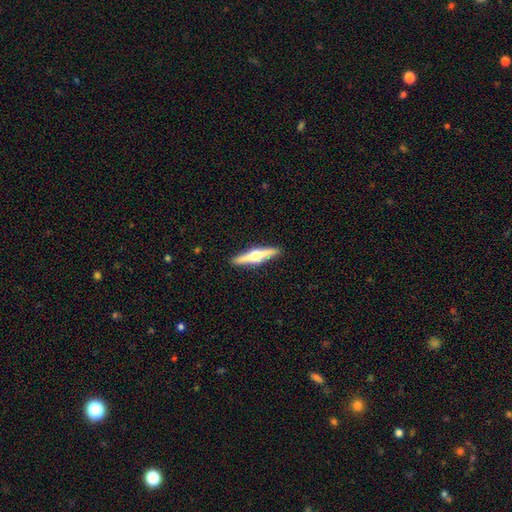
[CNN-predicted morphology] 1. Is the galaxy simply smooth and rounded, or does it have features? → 70% featured or disk, 25% smooth, 5% star or artifact.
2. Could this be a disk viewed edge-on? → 98% yes, 2% no.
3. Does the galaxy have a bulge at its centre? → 96% rounded, 2% boxy, 2% none.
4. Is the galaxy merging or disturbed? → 91% none, 6% minor disturbance, 1% major disturbance, 1% merger.